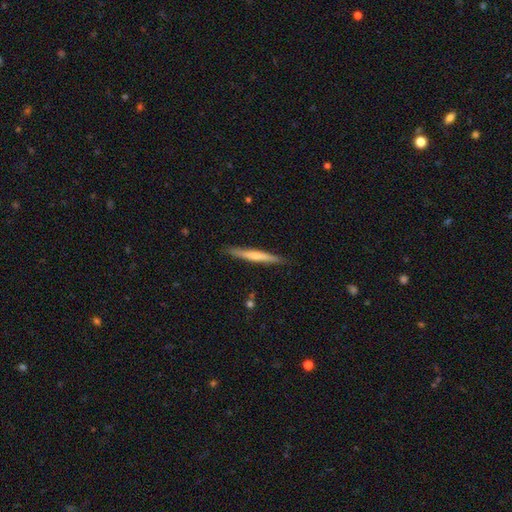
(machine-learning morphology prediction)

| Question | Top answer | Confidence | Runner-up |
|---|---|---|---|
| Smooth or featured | smooth | 52% | featured or disk (42%) |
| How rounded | cigar-shaped | 96% | in between (3%) |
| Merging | none | 89% | minor disturbance (9%) |